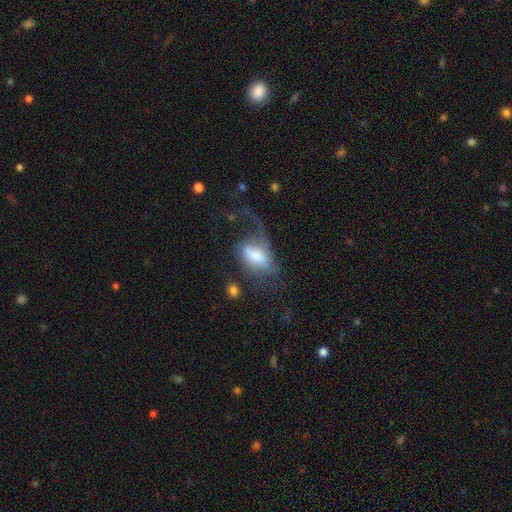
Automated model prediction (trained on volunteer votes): A smooth galaxy with no disk features (55%) that is in between round and cigar-shaped (88%).

Vote fractions:
- Smooth or featured? smooth: 55% / featured or disk: 37% / star or artifact: 8%
- How rounded? in between: 88% / round: 6% / cigar-shaped: 5%
- Merging? major disturbance: 57% / none: 23% / minor disturbance: 16% / merger: 5%